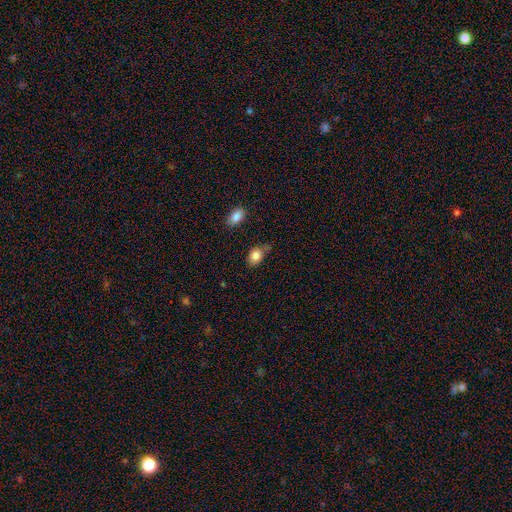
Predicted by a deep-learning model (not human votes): Smooth or featured? smooth (84%)
How rounded? in between (74%)
Merging? none (58%)